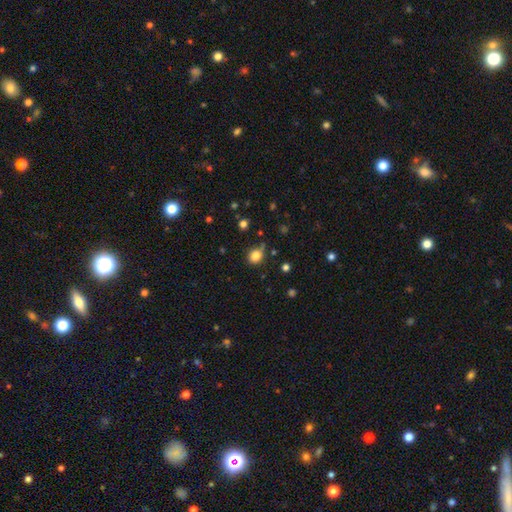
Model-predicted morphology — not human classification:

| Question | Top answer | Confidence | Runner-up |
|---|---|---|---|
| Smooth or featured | smooth | 83% | star or artifact (12%) |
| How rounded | round | 75% | in between (24%) |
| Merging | none | 69% | minor disturbance (20%) |